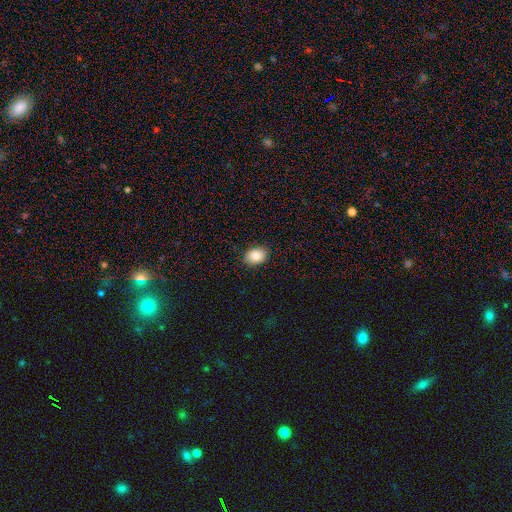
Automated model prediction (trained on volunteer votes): smooth-or-featured: smooth: 86% | star or artifact: 8% | featured or disk: 6%
  how-rounded: in between: 68% | round: 31% | cigar-shaped: 1%
  merging: none: 88% | minor disturbance: 9% | major disturbance: 2% | merger: 1%